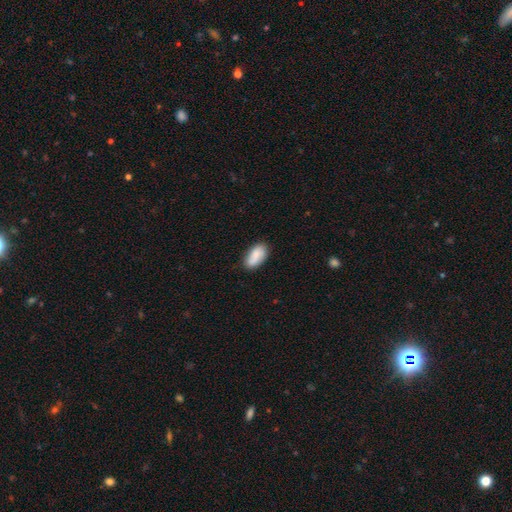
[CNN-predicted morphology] This is clearly a smooth galaxy (81%). How rounded: clearly in between (91%). Merging: likely none (74%).